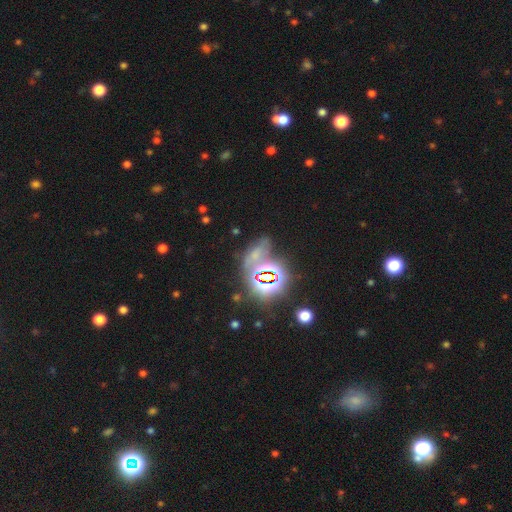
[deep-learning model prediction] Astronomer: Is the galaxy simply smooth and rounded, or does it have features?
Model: star or artifact — 60%.